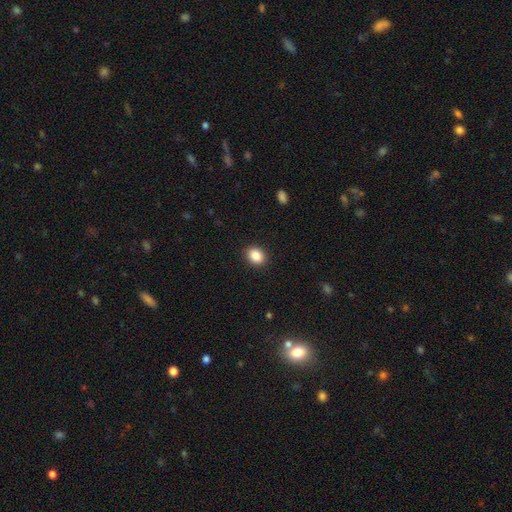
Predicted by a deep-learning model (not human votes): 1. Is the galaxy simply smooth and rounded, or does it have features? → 87% smooth, 9% star or artifact, 4% featured or disk.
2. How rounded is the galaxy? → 52% in between, 47% round, 1% cigar-shaped.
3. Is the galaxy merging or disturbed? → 90% none, 7% minor disturbance, 2% major disturbance, 1% merger.